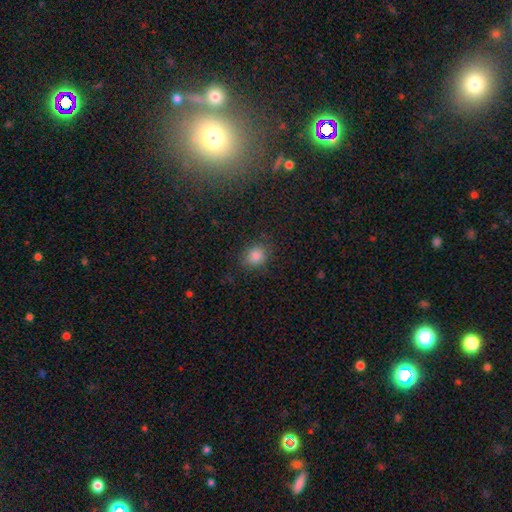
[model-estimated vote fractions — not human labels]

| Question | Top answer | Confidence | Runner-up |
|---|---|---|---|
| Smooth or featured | smooth | 83% | star or artifact (12%) |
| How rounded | round | 64% | in between (34%) |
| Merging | none | 83% | minor disturbance (12%) |